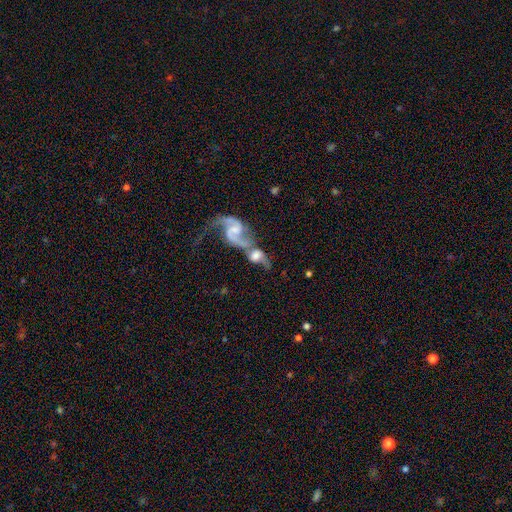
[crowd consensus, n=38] A featured or disk galaxy (71%) with a weak bar (44%), 2 (100%) loose (65%) spiral arms (92%) and a moderate central bulge (24%, tied with none). Merging: merger (79%).